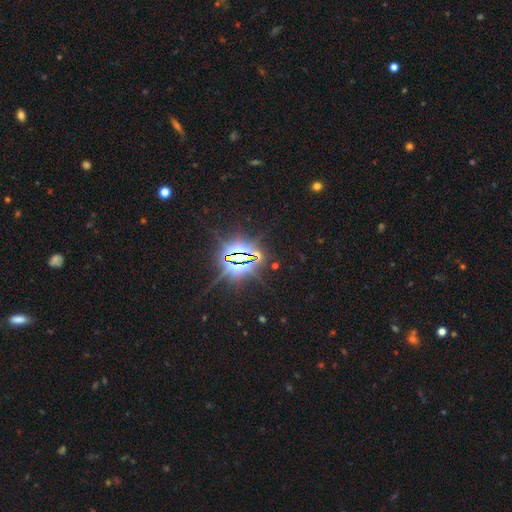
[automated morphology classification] A star or artifact, not a galaxy (86%).

Vote fractions:
- Smooth or featured? star or artifact: 86% / featured or disk: 7% / smooth: 7%